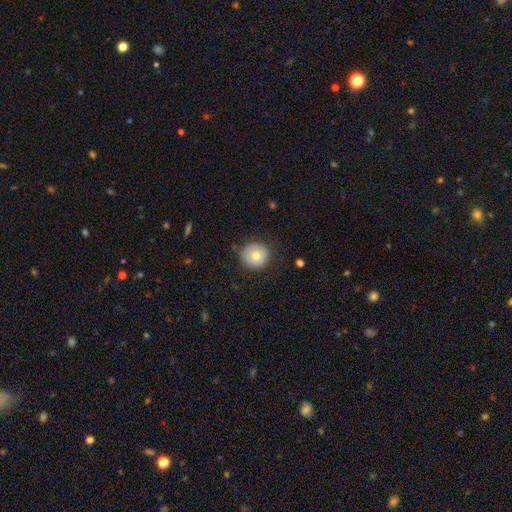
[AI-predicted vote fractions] Q: Smooth or featured?
A: smooth (73%); runner-up: featured or disk (18%)
Q: How rounded?
A: round (92%); runner-up: in between (7%)
Q: Merging?
A: none (80%); runner-up: minor disturbance (15%)